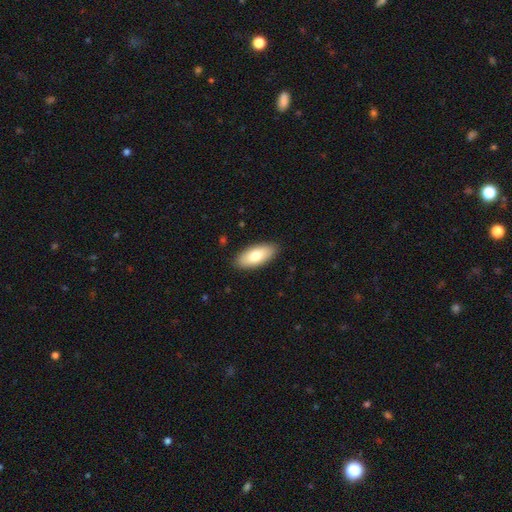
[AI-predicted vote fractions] smooth_or_featured: smooth (p=0.76) [alt: featured or disk p=0.18]
how_rounded: in between (p=0.88) [alt: cigar-shaped p=0.10]
merging: none (p=0.88) [alt: minor disturbance p=0.09]